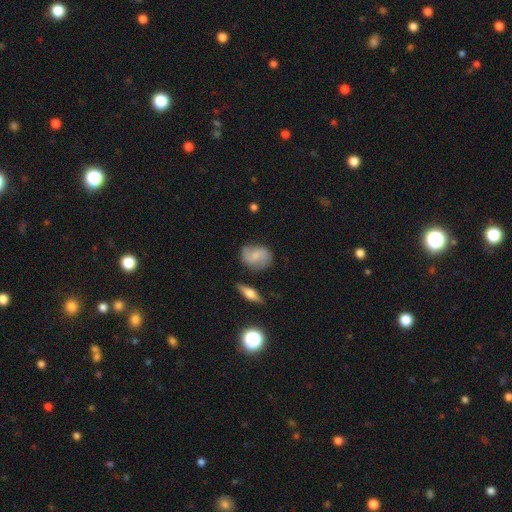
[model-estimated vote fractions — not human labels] featured or disk 56%, smooth 37%, star or artifact 7%. Down the decision tree: edge-on disk — no (96%); bar — no (55%); spiral arms — yes (90%); bulge size — small (50%); merging — none (71%).